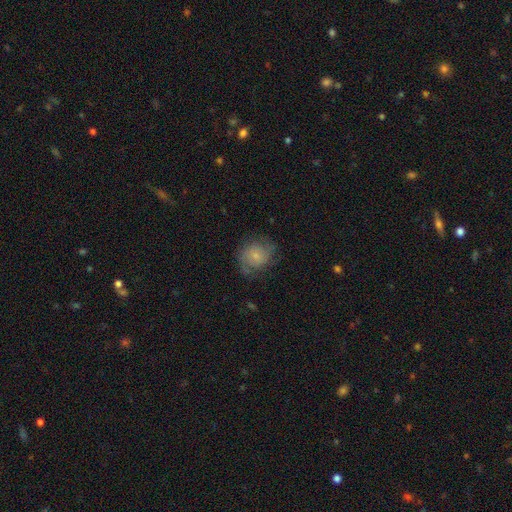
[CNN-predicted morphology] smooth_or_featured: smooth (p=0.63) [alt: featured or disk p=0.29]
how_rounded: round (p=0.70) [alt: in between p=0.29]
merging: none (p=0.64) [alt: minor disturbance p=0.24]